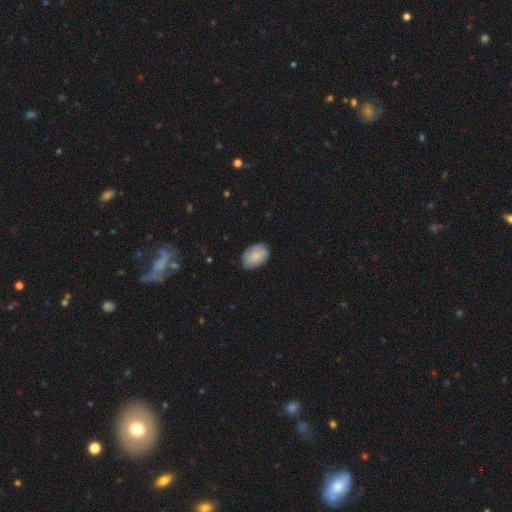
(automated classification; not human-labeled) This appears to be a smooth galaxy with no disk features (78%) that is in between round and cigar-shaped (86%). Merging: none (80%).